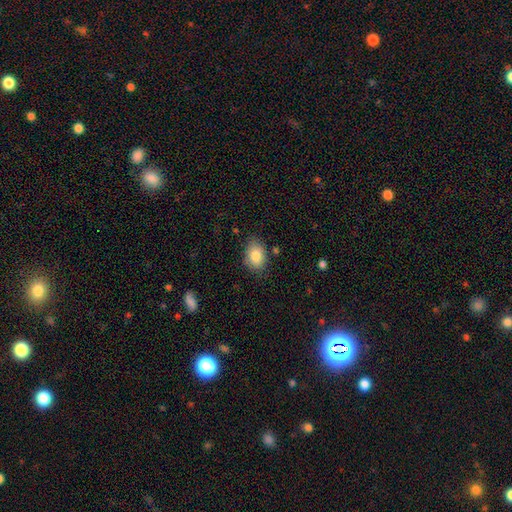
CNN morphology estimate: Overall: smooth (84%). How rounded: in between (79%). Merging: none (76%).